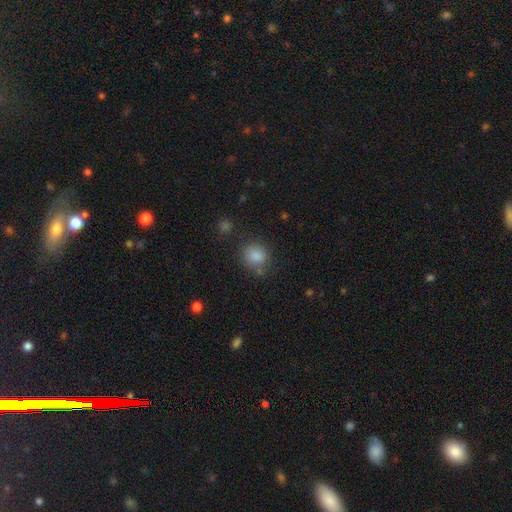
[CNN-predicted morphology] Q: Smooth or featured?
A: smooth (83%); runner-up: star or artifact (12%)
Q: How rounded?
A: round (80%); runner-up: in between (19%)
Q: Merging?
A: none (78%); runner-up: minor disturbance (12%)